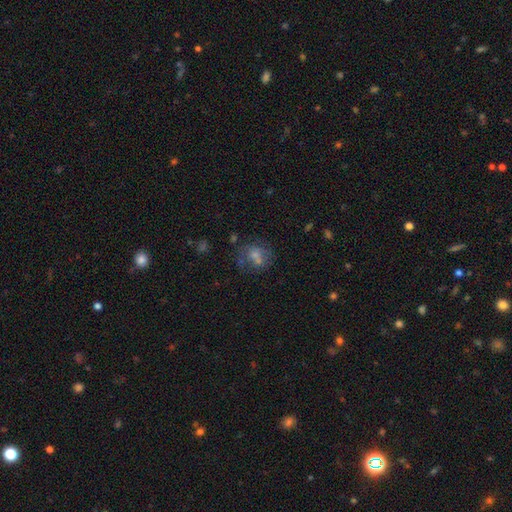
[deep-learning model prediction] Morphology: type=smooth (57%); roundness=round (63%); merging=none (40%).